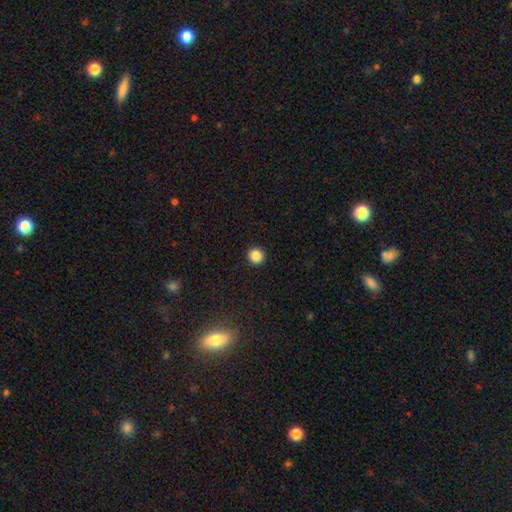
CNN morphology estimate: A smooth galaxy with no disk features (86%) that is round (96%).

Vote fractions:
- Smooth or featured? smooth: 86% / star or artifact: 11% / featured or disk: 3%
- How rounded? round: 96% / in between: 3% / cigar-shaped: 1%
- Merging? none: 93% / minor disturbance: 4% / major disturbance: 2% / merger: 1%